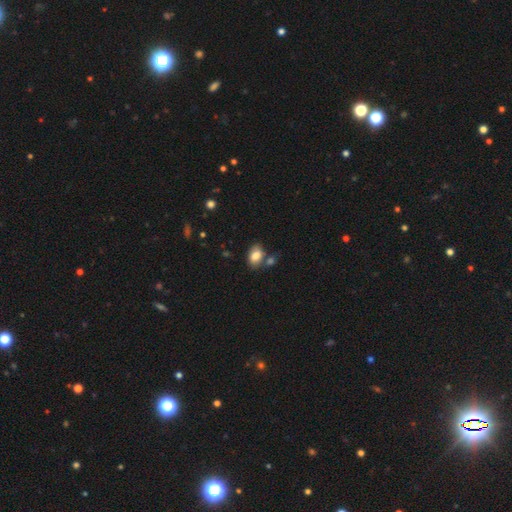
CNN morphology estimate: type=smooth (82%); roundness=in between (82%); merging=none (60%).